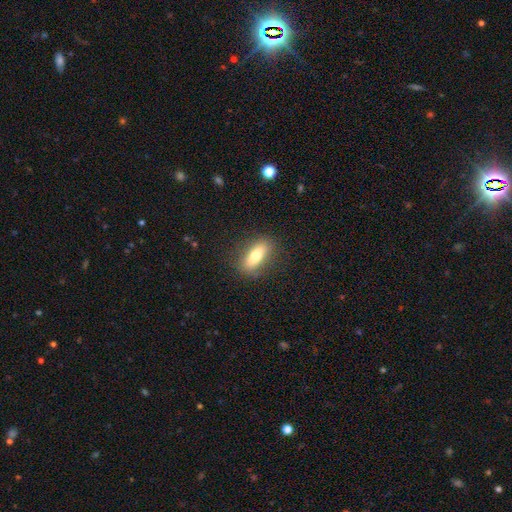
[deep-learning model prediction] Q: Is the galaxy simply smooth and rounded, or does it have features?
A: smooth — 73%.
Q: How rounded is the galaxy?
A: in between — 70%.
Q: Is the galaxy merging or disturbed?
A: none — 84%.